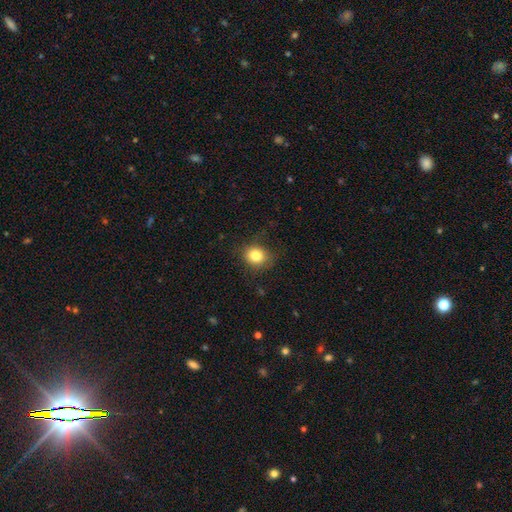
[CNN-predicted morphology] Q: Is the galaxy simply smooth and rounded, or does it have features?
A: smooth — 82%.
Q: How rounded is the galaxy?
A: round — 71%.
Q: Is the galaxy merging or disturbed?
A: none — 80%.